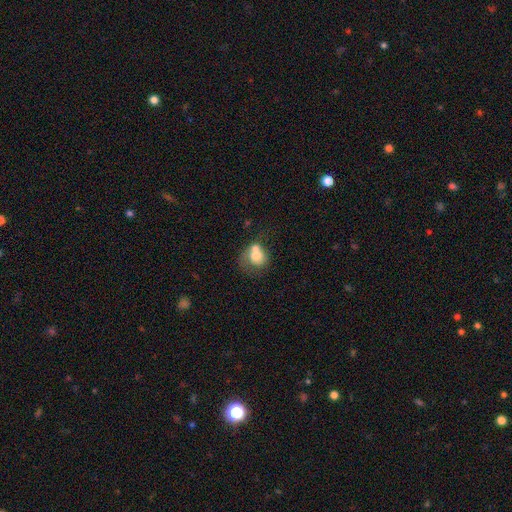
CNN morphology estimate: Smooth or featured? Predicted: smooth (p=0.66). How rounded? Predicted: round (p=0.69). Merging? Predicted: merger (p=0.55).